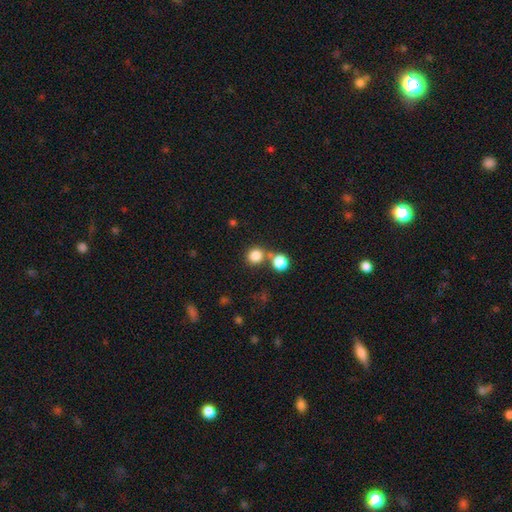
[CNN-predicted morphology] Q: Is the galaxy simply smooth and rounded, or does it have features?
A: smooth — 81%.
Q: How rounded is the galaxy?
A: round — 86%.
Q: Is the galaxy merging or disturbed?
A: none — 65%.